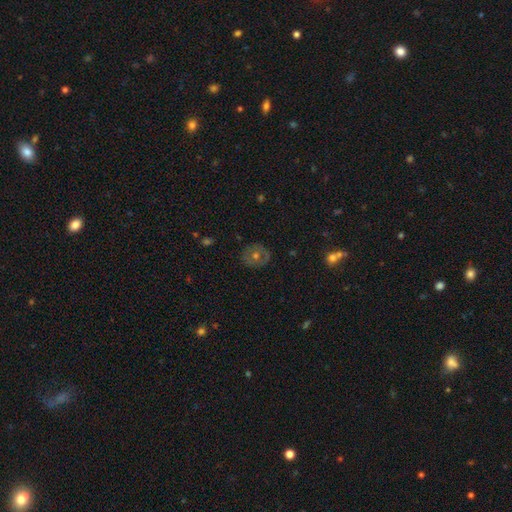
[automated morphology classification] The model was most divided on "smooth or featured": featured or disk: 47%, smooth: 41%, star or artifact: 12%. More confident: merging — none (82%).